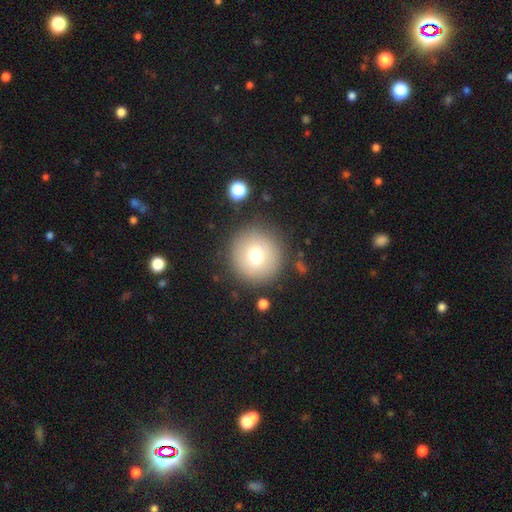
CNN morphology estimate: Smooth or featured: smooth — 73% (featured or disk — 15%)
How rounded: round — 96% (in between — 3%)
Merging: none — 87% (minor disturbance — 8%)